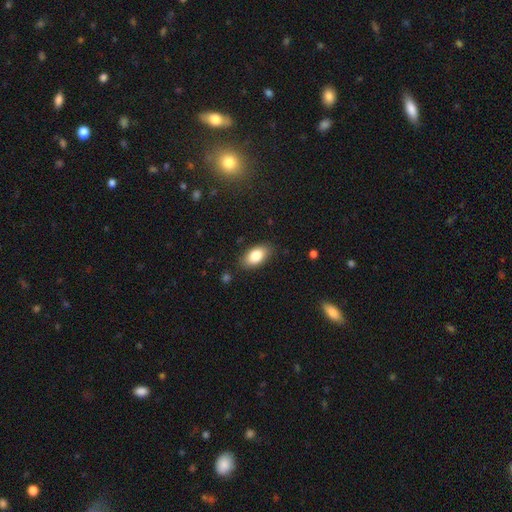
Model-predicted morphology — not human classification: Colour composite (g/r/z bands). It shows a smooth galaxy with no disk features (83%) that is in between round and cigar-shaped (92%). Merging: none (85%).